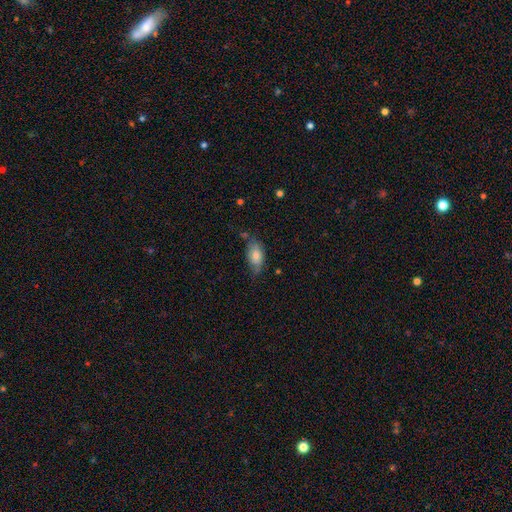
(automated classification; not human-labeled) A smooth galaxy with no disk features (75%) that is in between round and cigar-shaped (89%).

Vote fractions:
- Smooth or featured? smooth: 75% / featured or disk: 18% / star or artifact: 7%
- How rounded? in between: 89% / round: 6% / cigar-shaped: 5%
- Merging? none: 58% / minor disturbance: 31% / major disturbance: 8% / merger: 4%